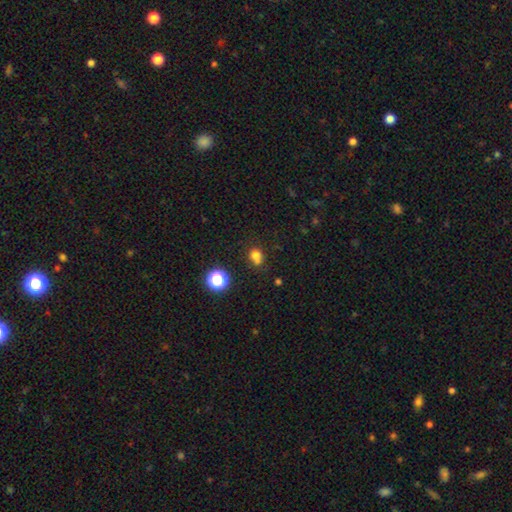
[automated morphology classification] smooth-or-featured: smooth: 74% | star or artifact: 18% | featured or disk: 8%
  how-rounded: round: 67% | in between: 32% | cigar-shaped: 1%
  merging: none: 55% | merger: 20% | minor disturbance: 18% | major disturbance: 7%